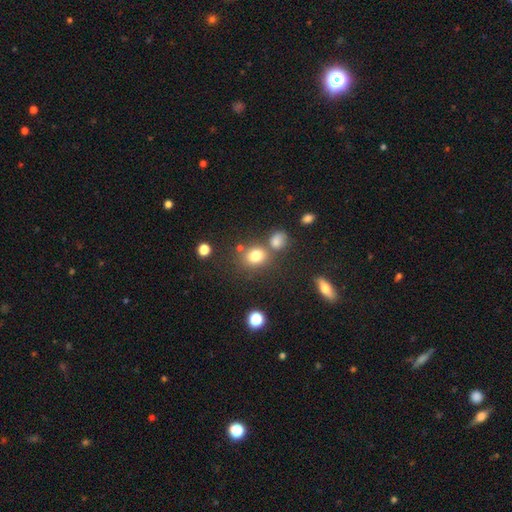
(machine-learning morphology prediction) type=smooth (77%); roundness=round (66%); merging=none (62%).